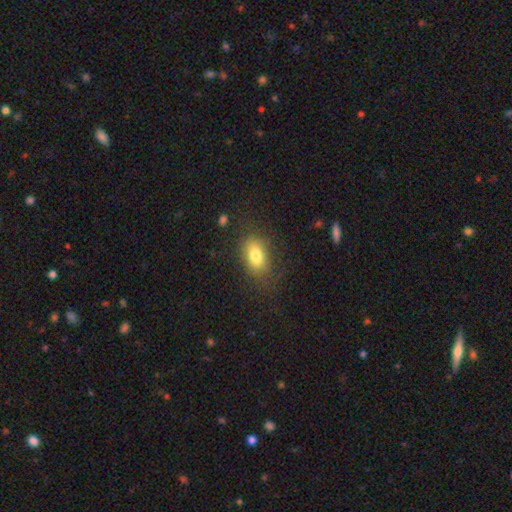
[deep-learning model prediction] The model was most divided on "merging": none: 72%, minor disturbance: 17%, major disturbance: 10%, merger: 2%. More confident: how rounded — in between (84%); smooth or featured — smooth (78%).